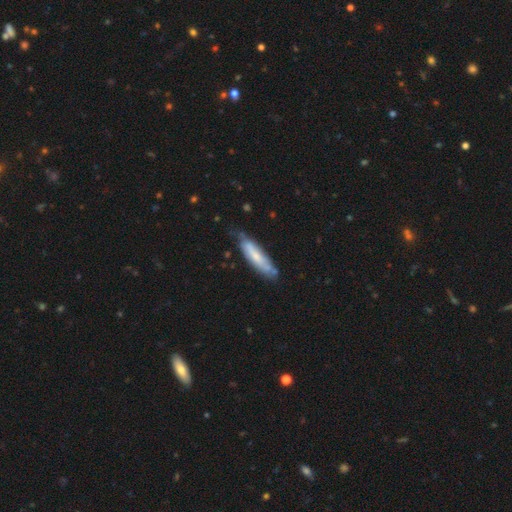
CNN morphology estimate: A smooth galaxy with no disk features (53%) that is cigar-shaped (70%).

Vote fractions:
- Smooth or featured? smooth: 53% / featured or disk: 41% / star or artifact: 6%
- How rounded? cigar-shaped: 70% / in between: 28% / round: 1%
- Merging? none: 60% / minor disturbance: 29% / major disturbance: 7% / merger: 4%